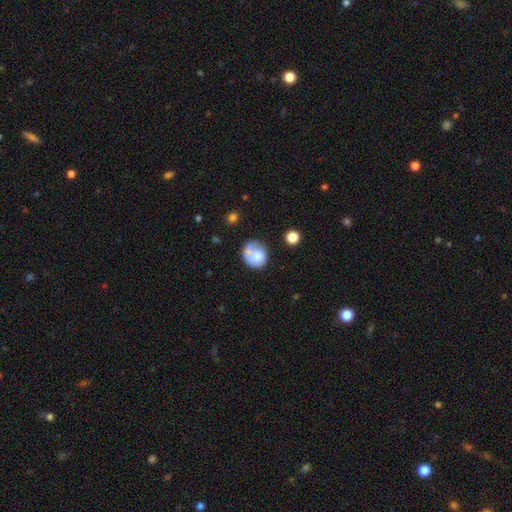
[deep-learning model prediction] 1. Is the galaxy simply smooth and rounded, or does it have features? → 64% smooth, 29% featured or disk, 8% star or artifact.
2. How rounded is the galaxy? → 73% round, 26% in between, 1% cigar-shaped.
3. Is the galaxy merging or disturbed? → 48% none, 22% minor disturbance, 17% major disturbance, 13% merger.